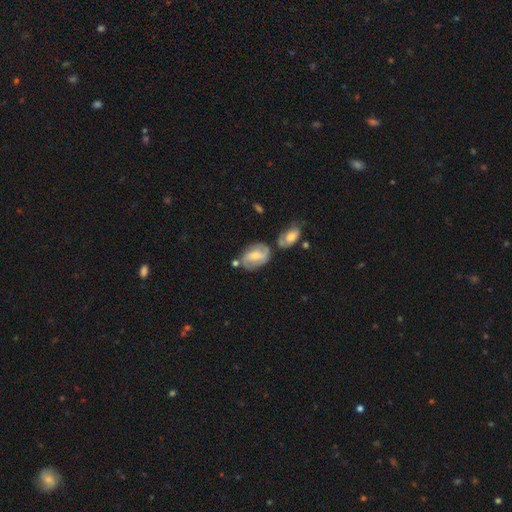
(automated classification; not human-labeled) Smooth or featured: featured or disk — 61% (smooth — 32%)
Edge-on disk: no — 95% (yes — 5%)
Bar: weak — 49% (no — 29%)
Spiral arms: yes — 84% (no — 16%)
Bulge size: moderate — 45% (small — 41%)
Merging: none — 60% (minor disturbance — 19%)